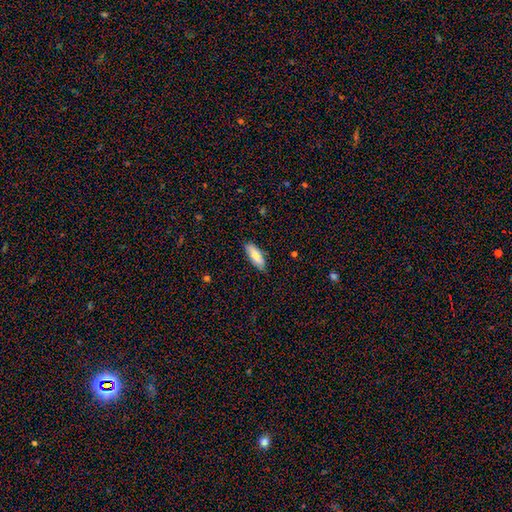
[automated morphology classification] This appears to be a smooth galaxy with no disk features (80%) that is in between round and cigar-shaped (62%). Merging: none (82%).